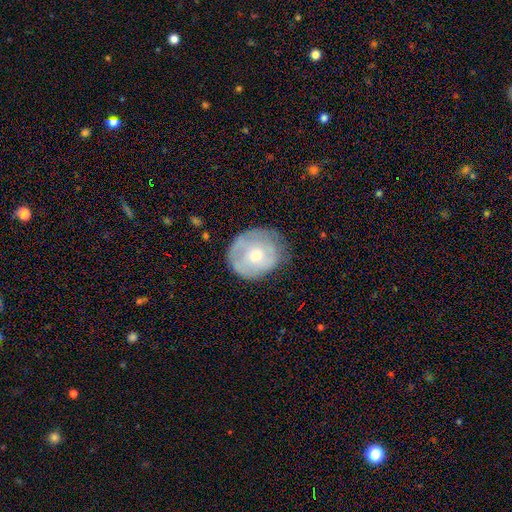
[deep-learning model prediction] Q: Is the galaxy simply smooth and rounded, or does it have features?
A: featured or disk — 48%.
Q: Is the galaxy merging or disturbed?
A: none — 69%.